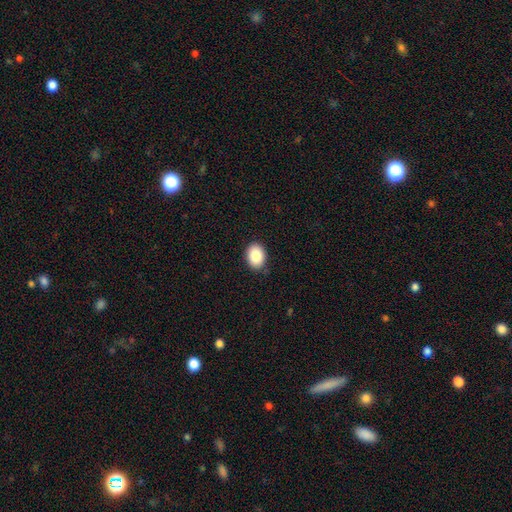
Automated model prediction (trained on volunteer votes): smooth_or_featured: smooth (p=0.87) [alt: star or artifact p=0.08]
how_rounded: in between (p=0.74) [alt: round p=0.25]
merging: none (p=0.87) [alt: minor disturbance p=0.10]